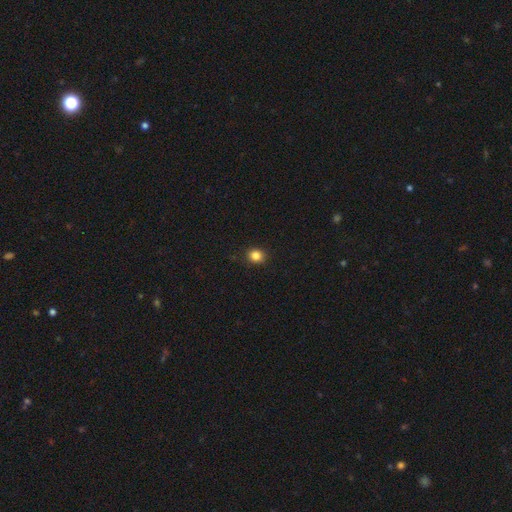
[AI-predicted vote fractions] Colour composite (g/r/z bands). It shows a smooth galaxy with no disk features (84%) that is round (79%). Merging: none (91%).